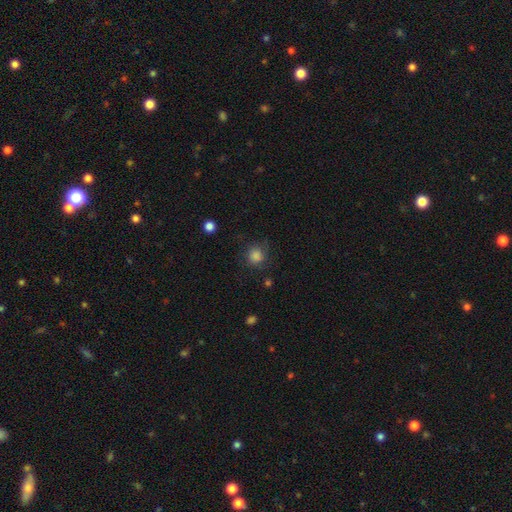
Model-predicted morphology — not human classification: Smooth or featured?
  - smooth: 83% *
  - star or artifact: 11%
  - featured or disk: 6%
How rounded?
  - round: 87% *
  - in between: 12%
  - cigar-shaped: 1%
Merging?
  - none: 73% *
  - minor disturbance: 18%
  - major disturbance: 7%
  - merger: 2%